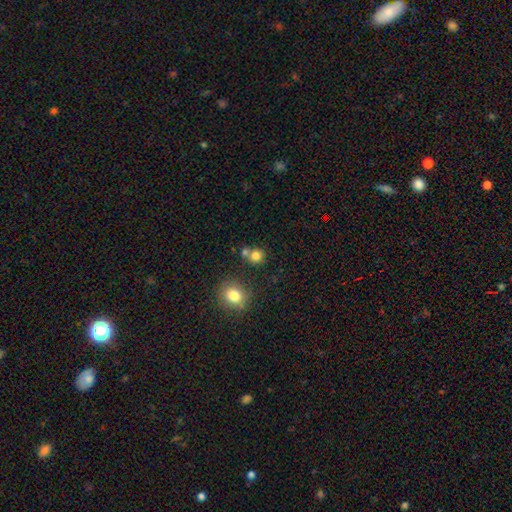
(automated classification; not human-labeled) A smooth galaxy with no disk features (79%) that is round (87%).

Vote fractions:
- Smooth or featured? smooth: 79% / star or artifact: 13% / featured or disk: 7%
- How rounded? round: 87% / in between: 12% / cigar-shaped: 1%
- Merging? none: 63% / merger: 25% / minor disturbance: 9% / major disturbance: 3%